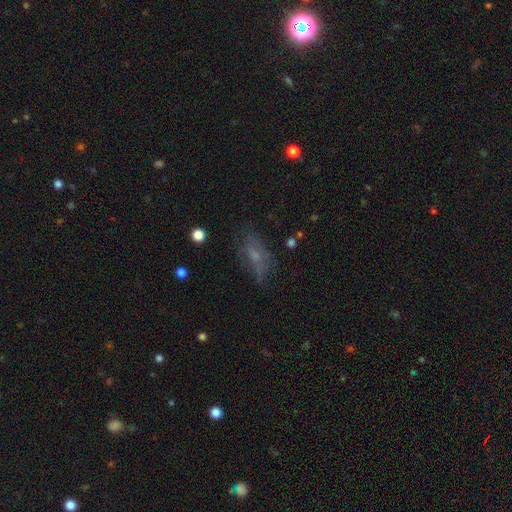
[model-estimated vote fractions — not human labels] This appears to be a smooth galaxy with no disk features (45%). Merging: none (59%).